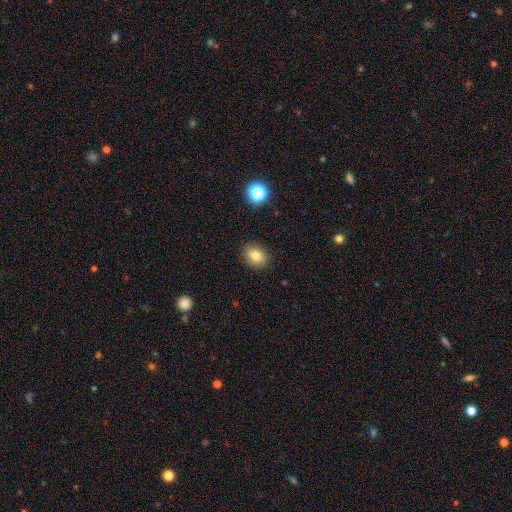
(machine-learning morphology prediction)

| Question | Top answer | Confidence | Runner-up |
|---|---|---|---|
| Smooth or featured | smooth | 80% | star or artifact (11%) |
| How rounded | in between | 52% | round (47%) |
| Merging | none | 88% | minor disturbance (8%) |